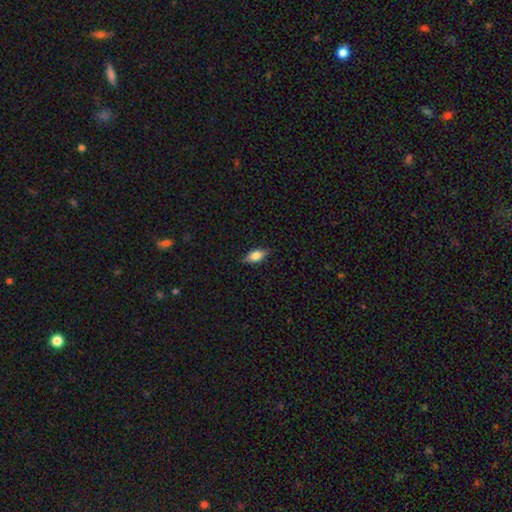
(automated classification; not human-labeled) Smooth or featured? Predicted: smooth (p=0.70). How rounded? Predicted: in between (p=0.83). Merging? Predicted: none (p=0.82).